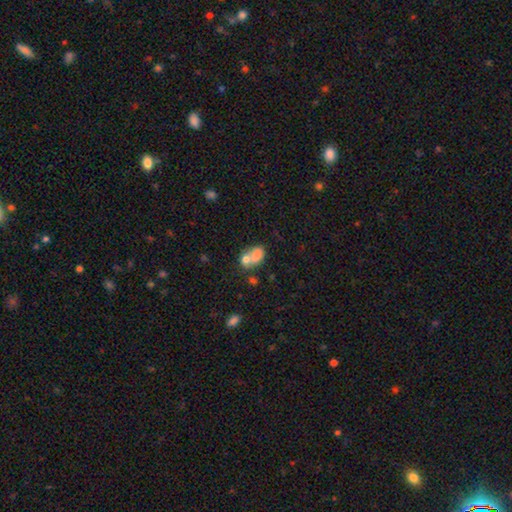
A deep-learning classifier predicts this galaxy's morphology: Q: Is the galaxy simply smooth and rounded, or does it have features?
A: smooth — 73%.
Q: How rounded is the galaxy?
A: in between — 78%.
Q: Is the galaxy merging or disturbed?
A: merger — 60%.